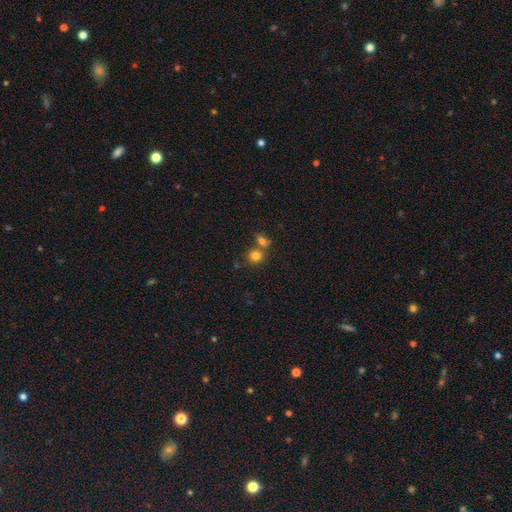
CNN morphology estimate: type=smooth (80%); roundness=round (82%); merging=none (55%).